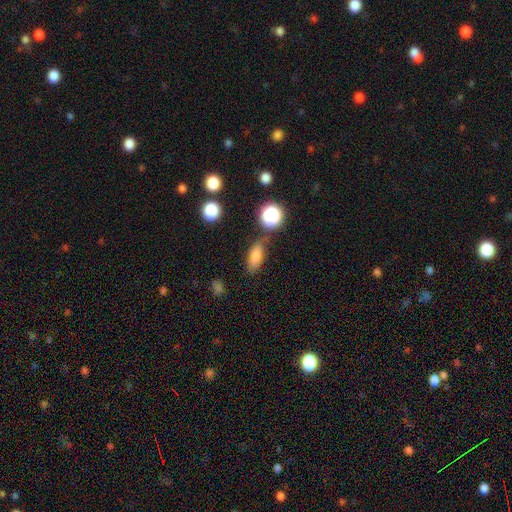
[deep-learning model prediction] Morphology: type=smooth (78%); roundness=in between (71%); merging=none (76%).